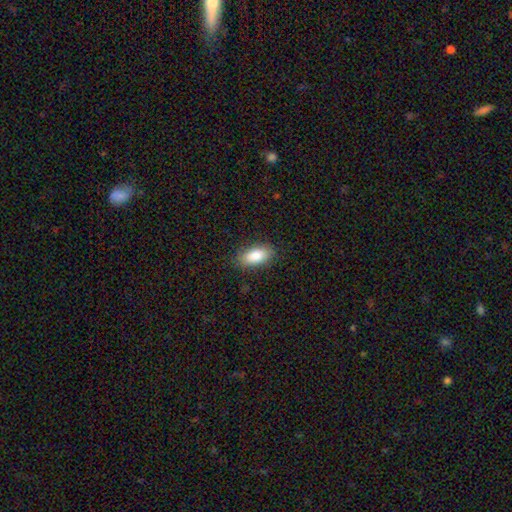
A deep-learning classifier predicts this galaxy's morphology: A smooth galaxy with no disk features (85%) that is in between round and cigar-shaped (89%).

Vote fractions:
- Smooth or featured? smooth: 85% / featured or disk: 8% / star or artifact: 7%
- How rounded? in between: 89% / cigar-shaped: 8% / round: 3%
- Merging? none: 86% / minor disturbance: 10% / major disturbance: 3% / merger: 1%